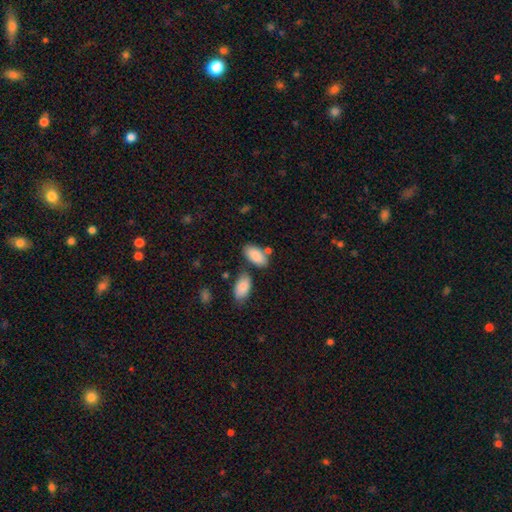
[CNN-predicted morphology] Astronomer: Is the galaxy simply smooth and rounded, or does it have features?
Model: smooth — 88%.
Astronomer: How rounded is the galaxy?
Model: in between — 94%.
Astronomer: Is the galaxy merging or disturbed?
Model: none — 65%.